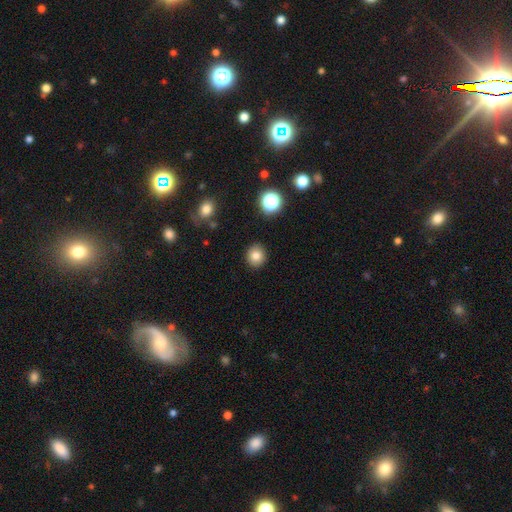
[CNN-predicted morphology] The model was most divided on "how rounded": round: 82%, in between: 17%, cigar-shaped: 1%. More confident: merging — none (90%); smooth or featured — smooth (82%).